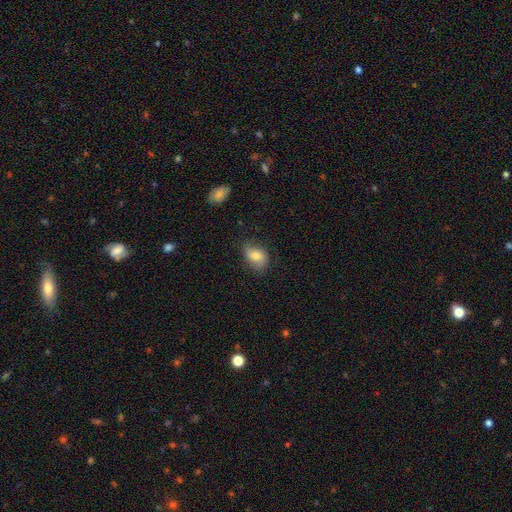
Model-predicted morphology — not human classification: A smooth galaxy with no disk features (71%) that is in between round and cigar-shaped (77%).

Vote fractions:
- Smooth or featured? smooth: 71% / featured or disk: 20% / star or artifact: 8%
- How rounded? in between: 77% / round: 22% / cigar-shaped: 1%
- Merging? none: 67% / minor disturbance: 25% / major disturbance: 7% / merger: 1%